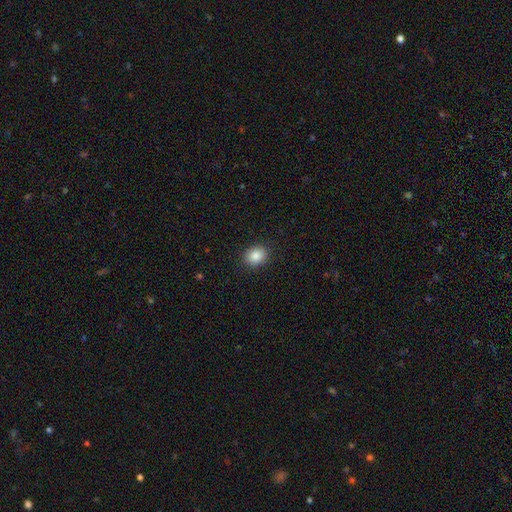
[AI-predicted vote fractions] Morphology: type=smooth (87%); roundness=in between (50%); merging=none (89%).